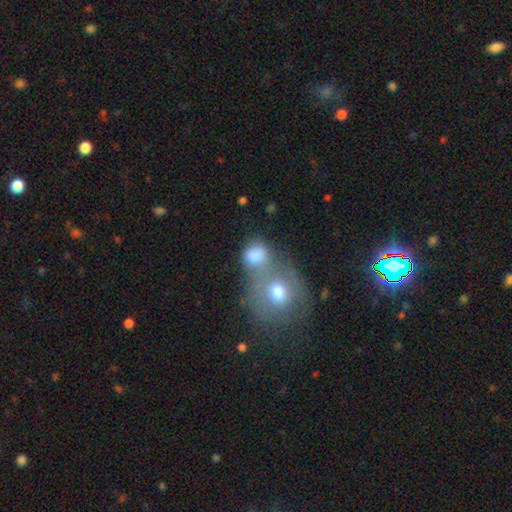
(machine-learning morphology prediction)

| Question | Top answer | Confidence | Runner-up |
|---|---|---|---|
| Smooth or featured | smooth | 77% | featured or disk (12%) |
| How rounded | round | 67% | in between (31%) |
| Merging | merger | 56% | none (26%) |